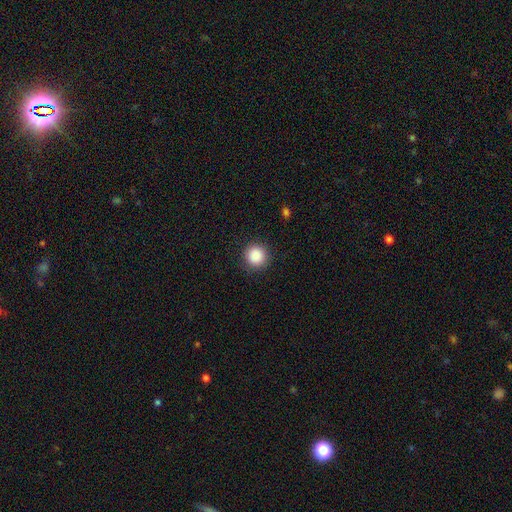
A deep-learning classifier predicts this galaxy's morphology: smooth-or-featured: smooth: 88% | star or artifact: 9% | featured or disk: 3%
  how-rounded: round: 95% | in between: 4% | cigar-shaped: 1%
  merging: none: 91% | minor disturbance: 6% | major disturbance: 2% | merger: 1%